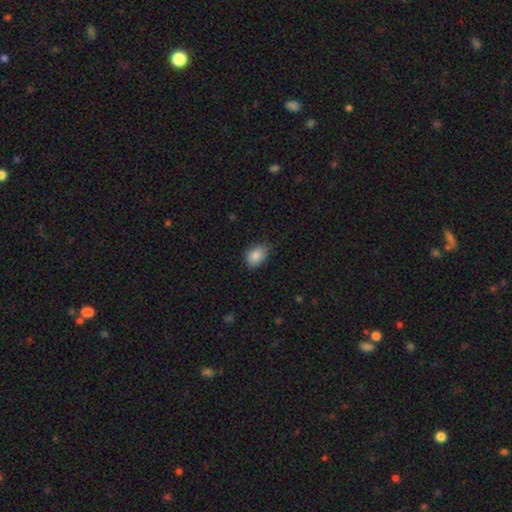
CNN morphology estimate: smooth_or_featured: smooth (p=0.86) [alt: star or artifact p=0.08]
how_rounded: in between (p=0.81) [alt: round p=0.18]
merging: none (p=0.73) [alt: minor disturbance p=0.23]